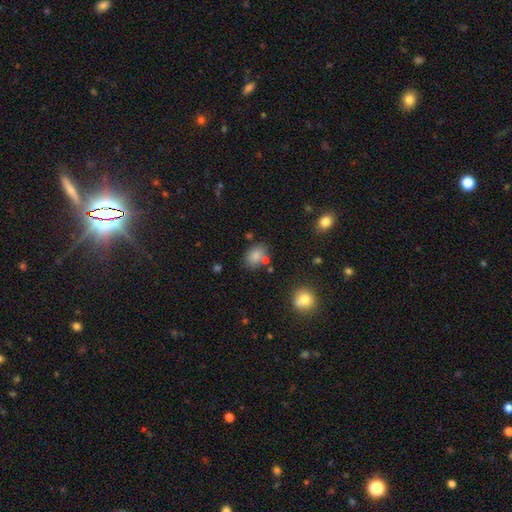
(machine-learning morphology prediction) Q: Smooth or featured?
A: smooth (80%); runner-up: star or artifact (11%)
Q: How rounded?
A: in between (72%); runner-up: round (27%)
Q: Merging?
A: none (69%); runner-up: minor disturbance (15%)